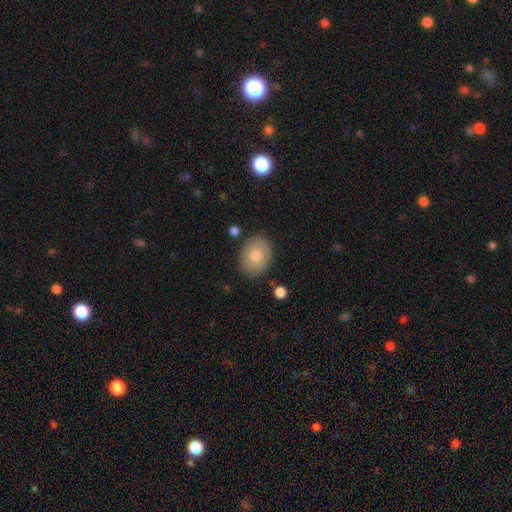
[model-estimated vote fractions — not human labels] This appears to be a smooth galaxy with no disk features (75%) that is in between round and cigar-shaped (65%). Merging: none (86%).